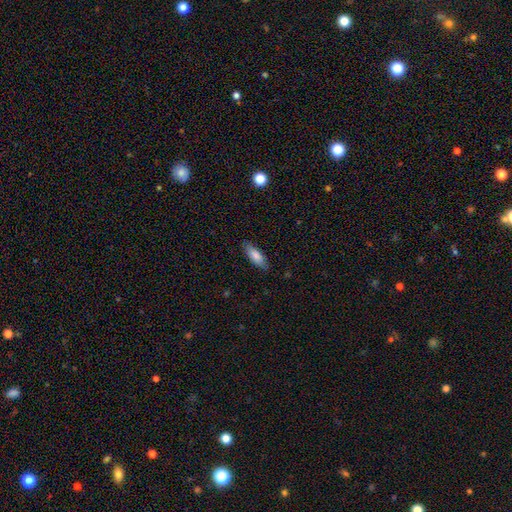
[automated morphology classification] This is clearly a smooth galaxy (80%). How rounded: likely in between (61%). Merging: clearly none (85%).